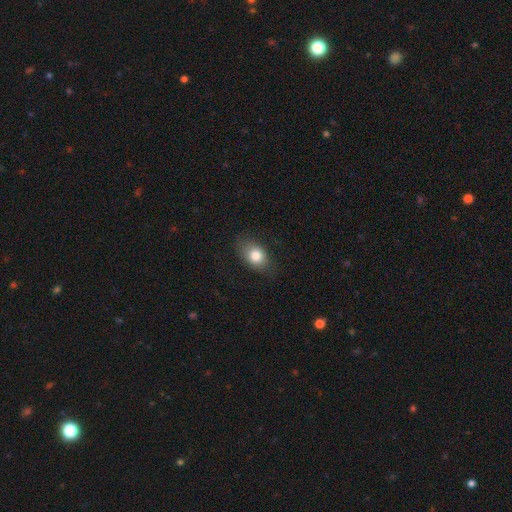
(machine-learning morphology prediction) Smooth or featured? smooth (80%)
How rounded? in between (76%)
Merging? none (78%)